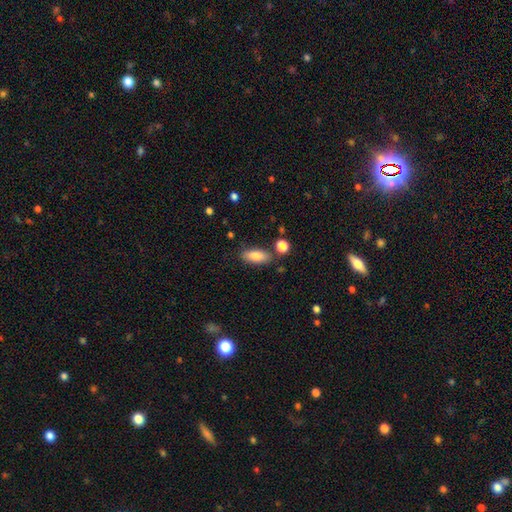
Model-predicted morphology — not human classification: Smooth or featured?
  - smooth: 82% *
  - featured or disk: 11%
  - star or artifact: 7%
How rounded?
  - in between: 79% *
  - cigar-shaped: 18%
  - round: 3%
Merging?
  - none: 80% *
  - minor disturbance: 12%
  - merger: 5%
  - major disturbance: 3%